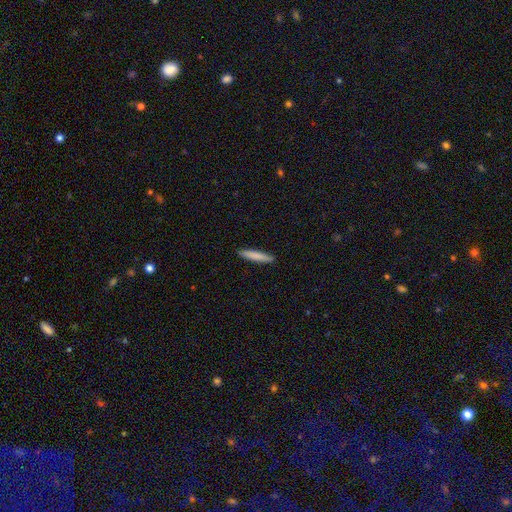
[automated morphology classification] This appears to be a smooth galaxy with no disk features (82%) that is cigar-shaped (93%). Merging: none (91%).